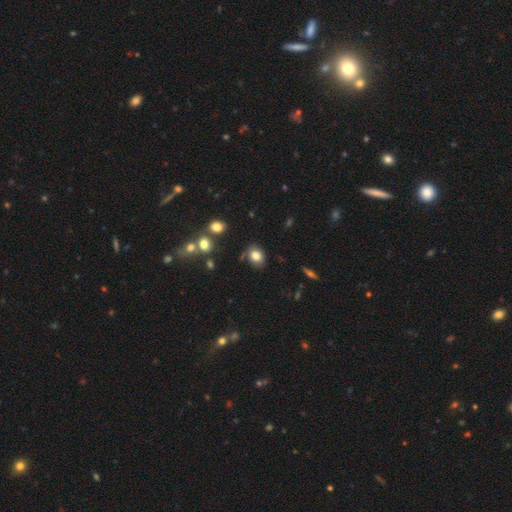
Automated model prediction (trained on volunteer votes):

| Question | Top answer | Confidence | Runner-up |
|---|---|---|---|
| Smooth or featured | smooth | 81% | star or artifact (11%) |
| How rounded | in between | 52% | round (47%) |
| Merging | none | 76% | minor disturbance (16%) |